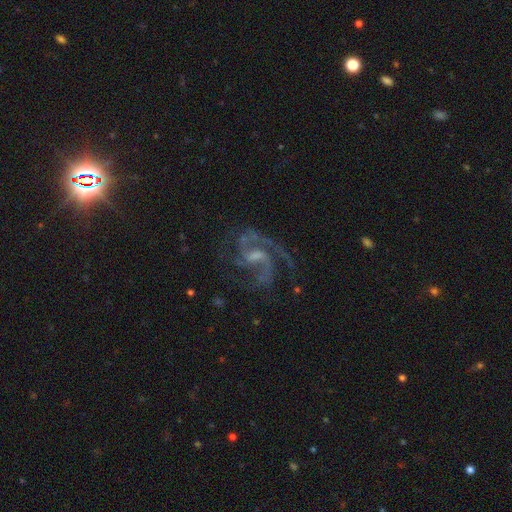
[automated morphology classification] smooth-or-featured: featured or disk: 84% | star or artifact: 12% | smooth: 4%
  disk-edge-on: no: 97% | yes: 3%
    bar: weak: 50% | no: 28% | strong: 22%
    has-spiral-arms: yes: 98% | no: 2%
      spiral-winding: medium: 58% | tight: 25% | loose: 18%
      spiral-arm-count: 2: 59% | 3: 18% | can't tell: 8% | 1: 5% | 4: 5% | more than 4: 4%
    bulge-size: small: 57% | moderate: 30% | none: 9% | large: 2% | dominant: 1%
  merging: none: 68% | minor disturbance: 15% | major disturbance: 13% | merger: 3%